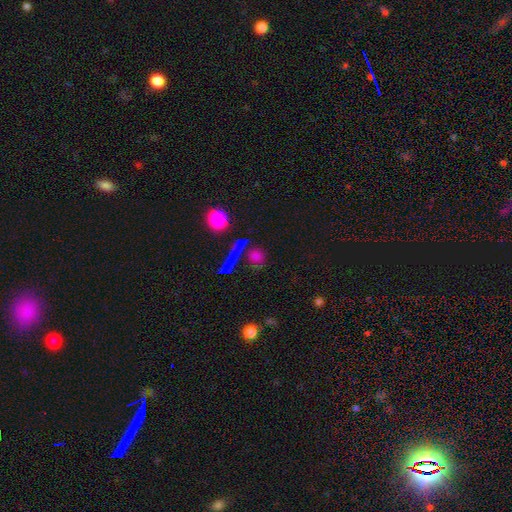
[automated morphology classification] smooth-or-featured: smooth: 66% | star or artifact: 20% | featured or disk: 14%
  how-rounded: round: 67% | in between: 19% | cigar-shaped: 15%
  merging: none: 64% | merger: 15% | minor disturbance: 13% | major disturbance: 9%